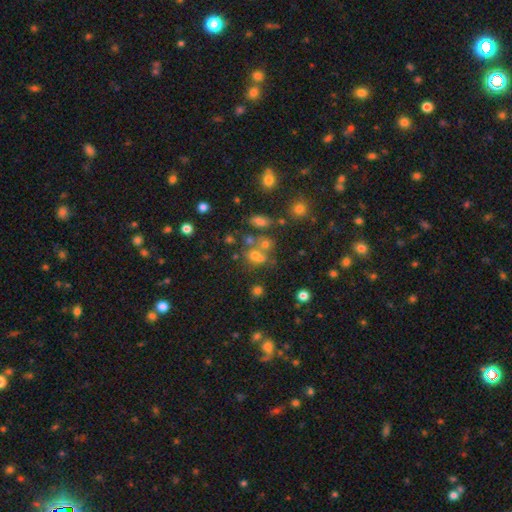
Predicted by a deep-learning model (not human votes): Overall: smooth (54%; star or artifact 29%). How rounded: round (65%; in between 33%). Merging: none (43%; merger 41%).